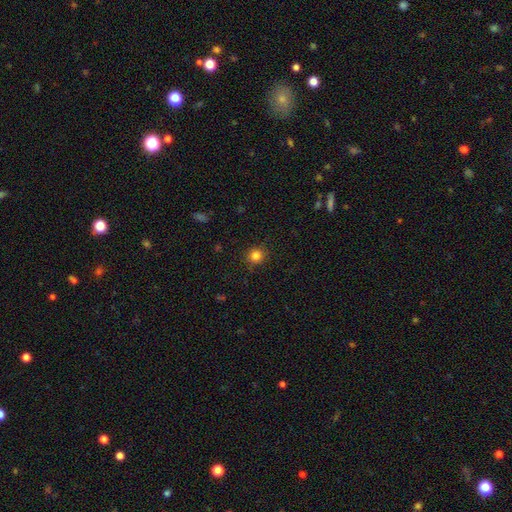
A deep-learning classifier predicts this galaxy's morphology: Overall: smooth (83%). How rounded: round (90%). Merging: none (89%).